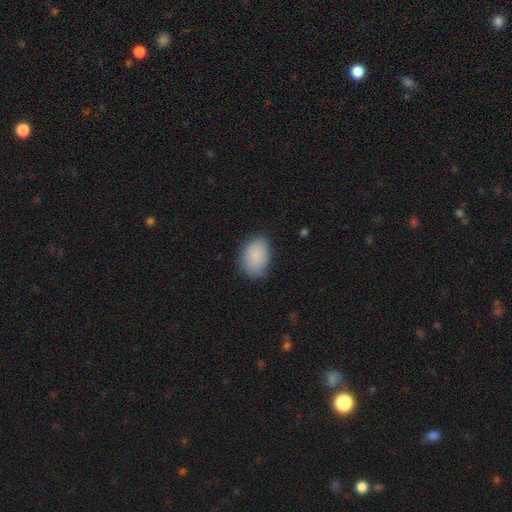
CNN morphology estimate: type=smooth (86%); roundness=in between (74%); merging=none (72%).